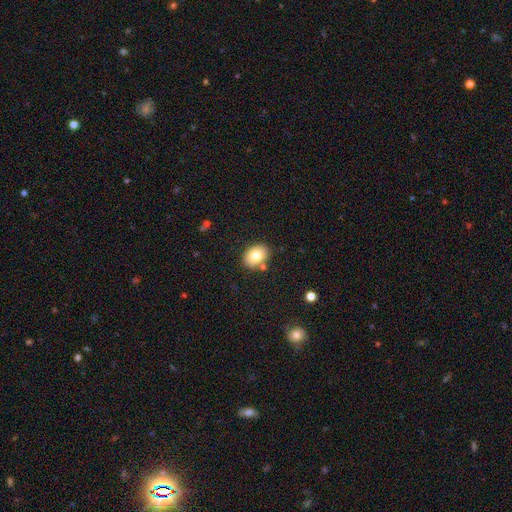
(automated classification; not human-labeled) This appears to be a smooth galaxy with no disk features (79%) that is in between round and cigar-shaped (69%). Merging: none (82%).